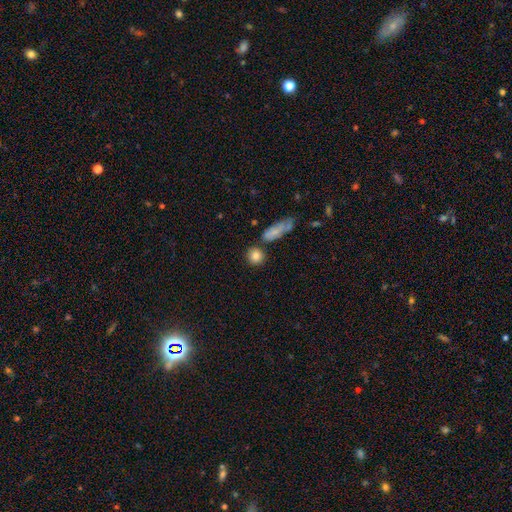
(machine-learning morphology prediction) Smooth or featured: smooth — 82% (featured or disk — 9%)
How rounded: round — 86% (in between — 11%)
Merging: none — 78% (minor disturbance — 10%)